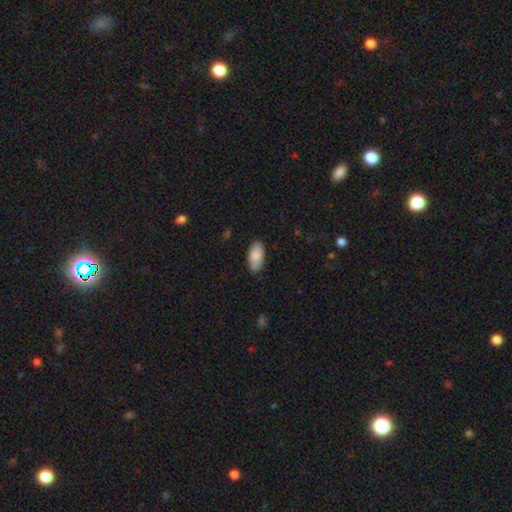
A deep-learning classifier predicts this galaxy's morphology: smooth-or-featured: smooth: 87% | featured or disk: 7% | star or artifact: 6%
  how-rounded: in between: 93% | cigar-shaped: 4% | round: 2%
  merging: none: 85% | minor disturbance: 12% | major disturbance: 2% | merger: 1%